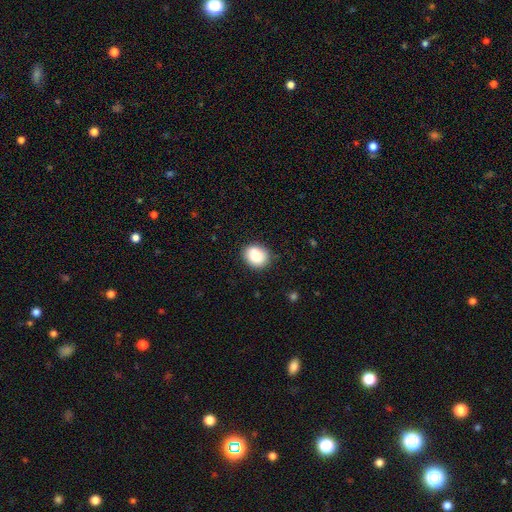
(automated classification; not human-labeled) Smooth or featured?
  - smooth: 87% *
  - star or artifact: 8%
  - featured or disk: 5%
How rounded?
  - round: 52% *
  - in between: 47%
  - cigar-shaped: 1%
Merging?
  - none: 86% *
  - minor disturbance: 11%
  - major disturbance: 2%
  - merger: 1%